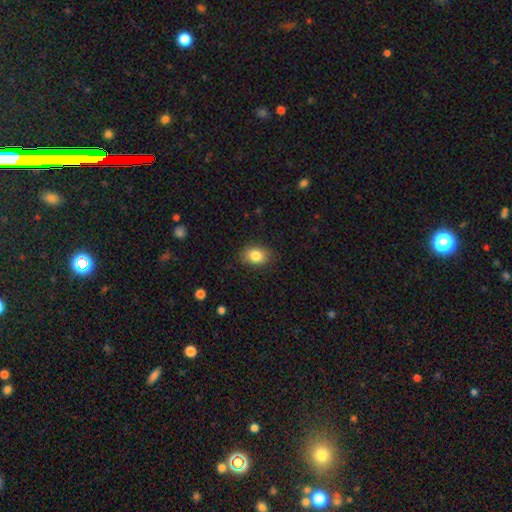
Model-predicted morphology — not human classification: smooth-or-featured: smooth: 84% | star or artifact: 8% | featured or disk: 8%
  how-rounded: in between: 74% | round: 24% | cigar-shaped: 1%
  merging: none: 84% | minor disturbance: 12% | major disturbance: 3% | merger: 1%